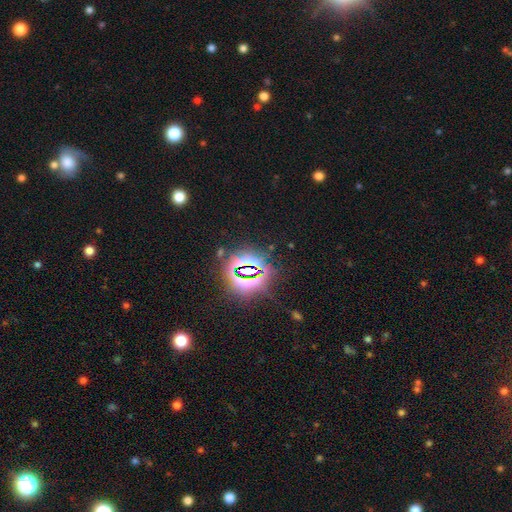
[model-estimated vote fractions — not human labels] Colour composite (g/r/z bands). It shows a star or artifact, not a galaxy (83%).